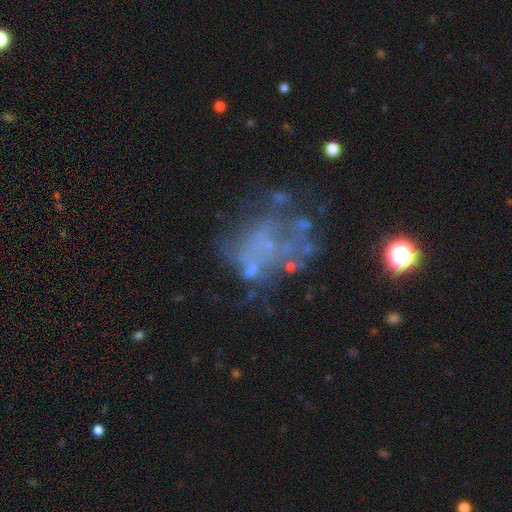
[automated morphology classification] Smooth or featured?
  - featured or disk: 58% *
  - star or artifact: 22%
  - smooth: 21%
Edge-on disk?
  - no: 98% *
  - yes: 2%
Bar?
  - no: 93% *
  - weak: 5%
  - strong: 2%
Spiral arms?
  - no: 92% *
  - yes: 8%
Bulge size?
  - none: 70% *
  - small: 24%
  - moderate: 5%
  - large: 1%
  - dominant: 1%
Merging?
  - none: 42% *
  - major disturbance: 28%
  - minor disturbance: 18%
  - merger: 12%